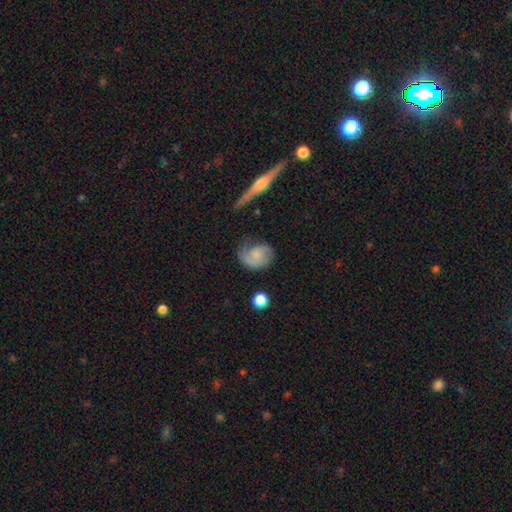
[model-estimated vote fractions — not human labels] Q: Smooth or featured?
A: smooth (51%); runner-up: featured or disk (41%)
Q: How rounded?
A: in between (54%); runner-up: round (45%)
Q: Merging?
A: none (47%); runner-up: minor disturbance (29%)